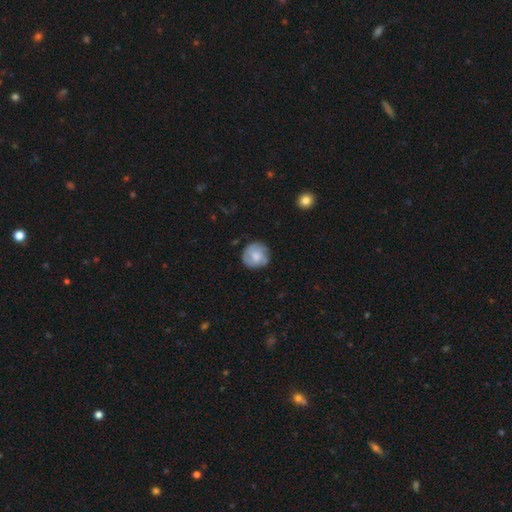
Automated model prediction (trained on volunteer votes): Smooth or featured: smooth — 64% (featured or disk — 29%)
How rounded: round — 91% (in between — 8%)
Merging: none — 76% (minor disturbance — 18%)